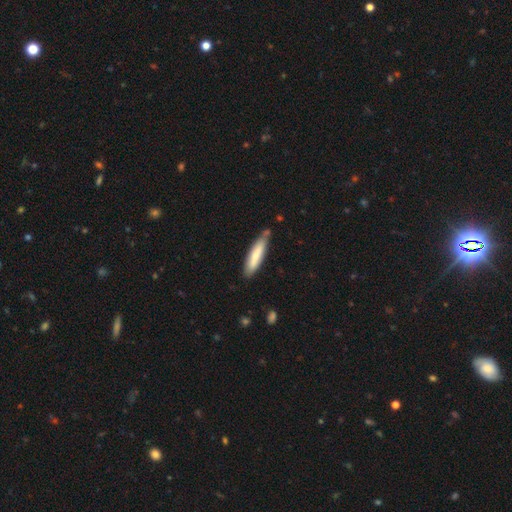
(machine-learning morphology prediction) type=smooth (75%); roundness=cigar-shaped (81%); merging=none (70%).